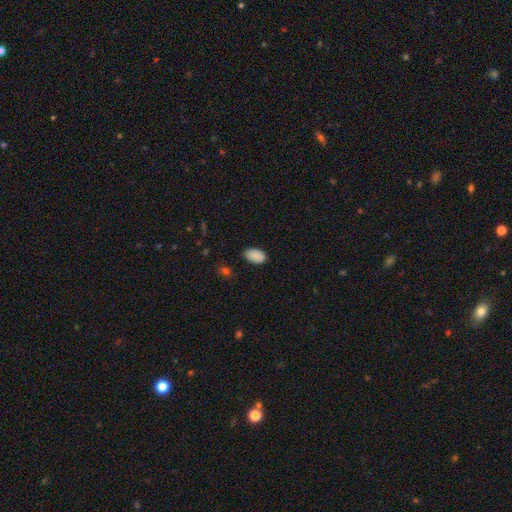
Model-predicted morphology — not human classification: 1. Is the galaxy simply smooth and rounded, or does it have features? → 89% smooth, 7% star or artifact, 3% featured or disk.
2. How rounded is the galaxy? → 93% in between, 6% round, 1% cigar-shaped.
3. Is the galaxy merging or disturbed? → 84% none, 13% minor disturbance, 2% major disturbance, 1% merger.